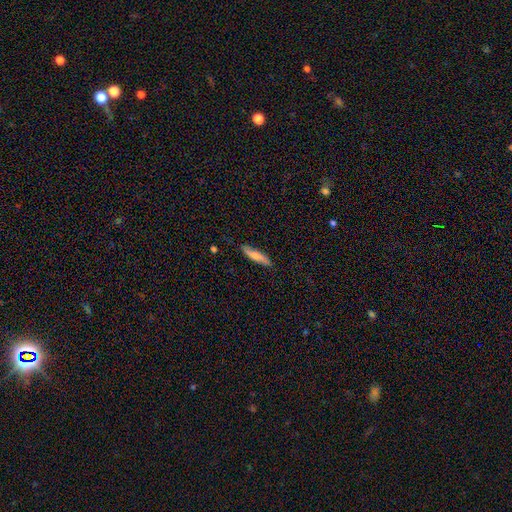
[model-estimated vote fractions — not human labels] smooth_or_featured: smooth (p=0.69) [alt: featured or disk p=0.25]
how_rounded: cigar-shaped (p=0.79) [alt: in between p=0.19]
merging: none (p=0.83) [alt: minor disturbance p=0.13]